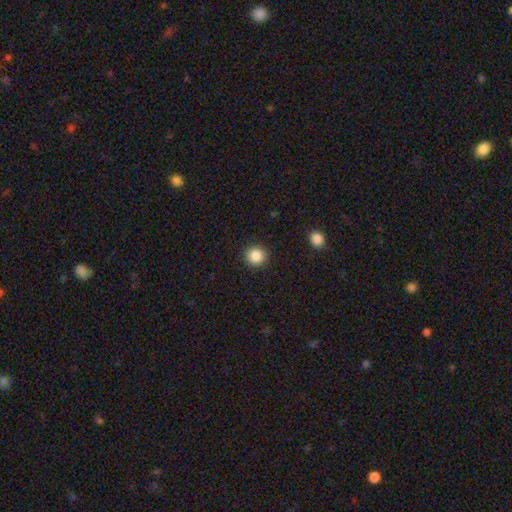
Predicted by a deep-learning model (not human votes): The model was most divided on "smooth or featured": smooth: 86%, star or artifact: 10%, featured or disk: 4%. More confident: how rounded — round (93%); merging — none (92%).